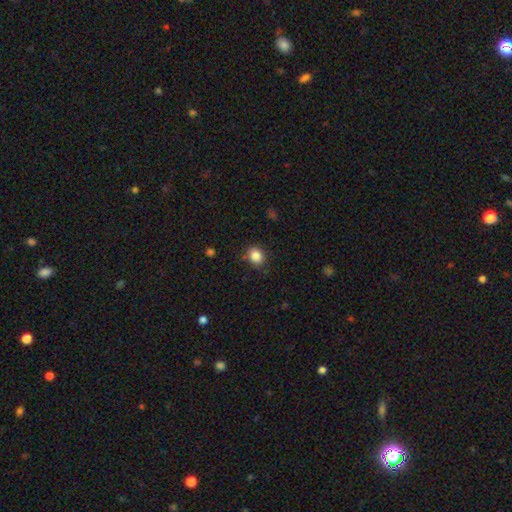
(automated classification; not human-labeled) smooth 85%, star or artifact 10%, featured or disk 5%. Down the decision tree: how rounded — round (61%); merging — none (83%).